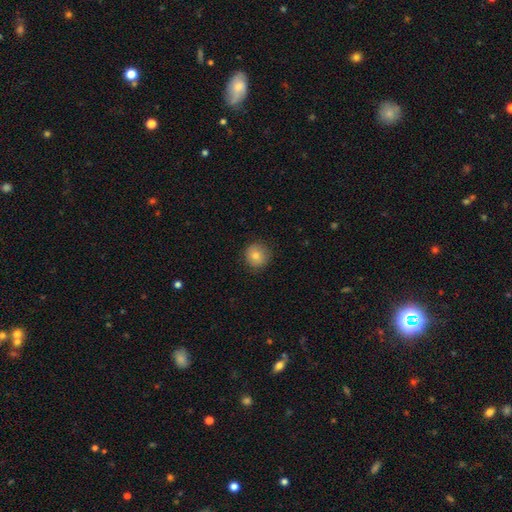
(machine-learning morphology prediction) smooth_or_featured: smooth (p=0.79) [alt: featured or disk p=0.11]
how_rounded: round (p=0.92) [alt: in between p=0.07]
merging: none (p=0.87) [alt: minor disturbance p=0.09]